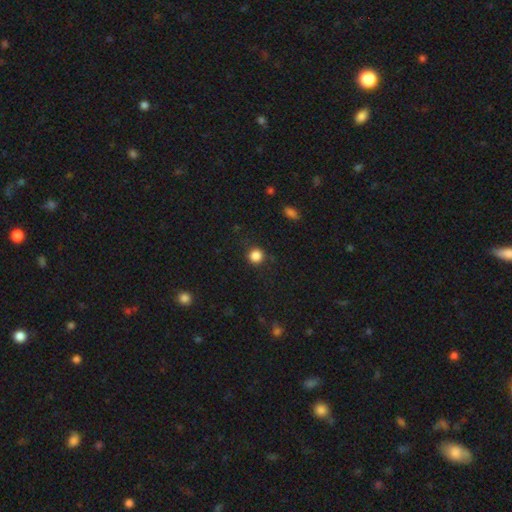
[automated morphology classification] A smooth galaxy with no disk features (85%) that is round (93%).

Vote fractions:
- Smooth or featured? smooth: 85% / star or artifact: 11% / featured or disk: 3%
- How rounded? round: 93% / in between: 6% / cigar-shaped: 1%
- Merging? none: 86% / minor disturbance: 9% / major disturbance: 3% / merger: 1%